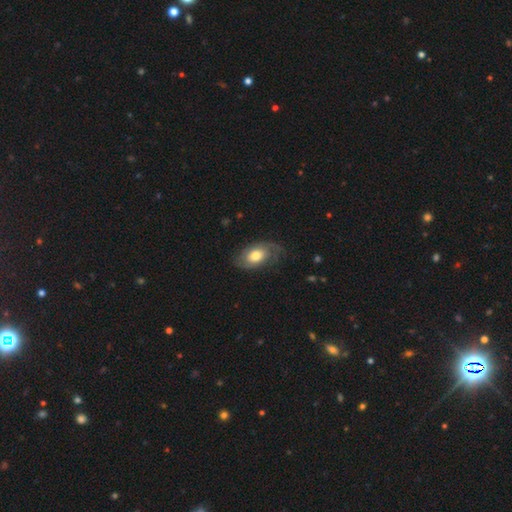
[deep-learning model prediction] Morphology: type=featured or disk (52%); edge-on=no (94%); merging=none (59%).